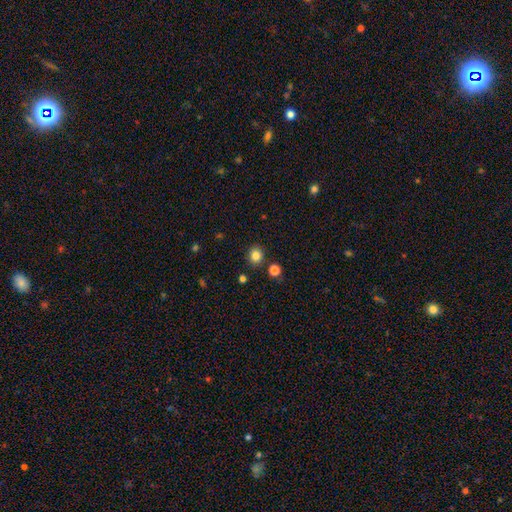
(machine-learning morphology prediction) This appears to be a smooth galaxy with no disk features (83%) that is round (78%). Merging: none (86%).